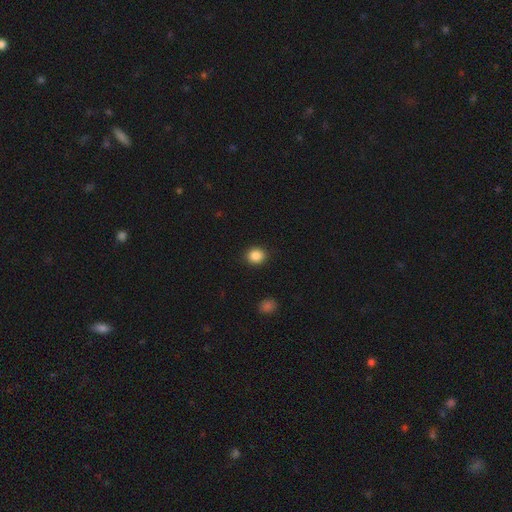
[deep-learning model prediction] This appears to be a smooth galaxy with no disk features (87%) that is round (80%). Merging: none (91%).